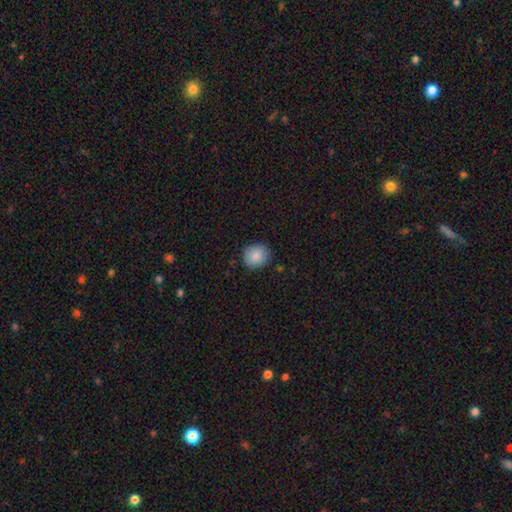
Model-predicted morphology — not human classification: smooth 88%, star or artifact 8%, featured or disk 5%. Down the decision tree: how rounded — round (82%); merging — none (86%).